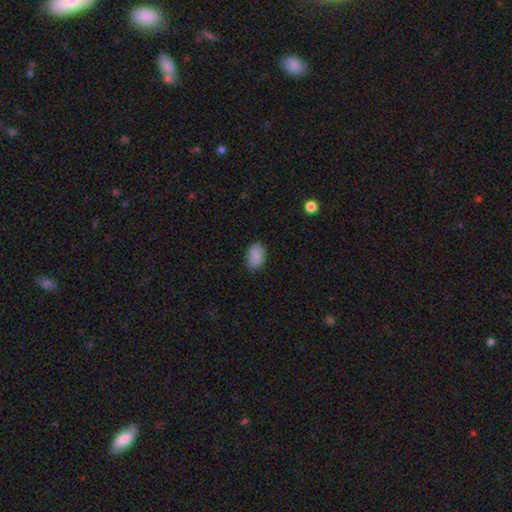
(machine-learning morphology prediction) smooth-or-featured: smooth: 87% | star or artifact: 8% | featured or disk: 5%
  how-rounded: in between: 87% | round: 11% | cigar-shaped: 2%
  merging: none: 82% | minor disturbance: 14% | major disturbance: 3% | merger: 1%